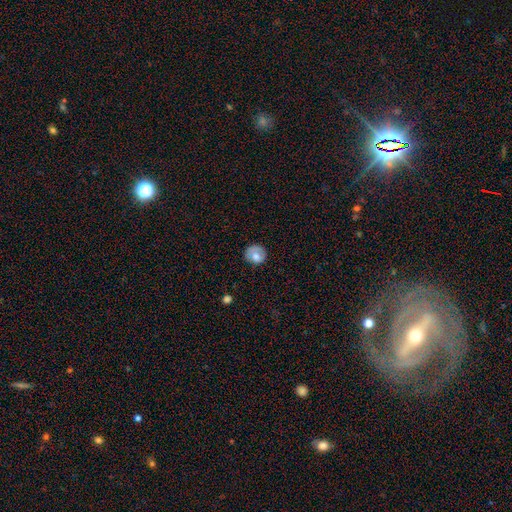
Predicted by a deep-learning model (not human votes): Morphology: type=smooth (72%); roundness=round (81%); merging=none (68%).